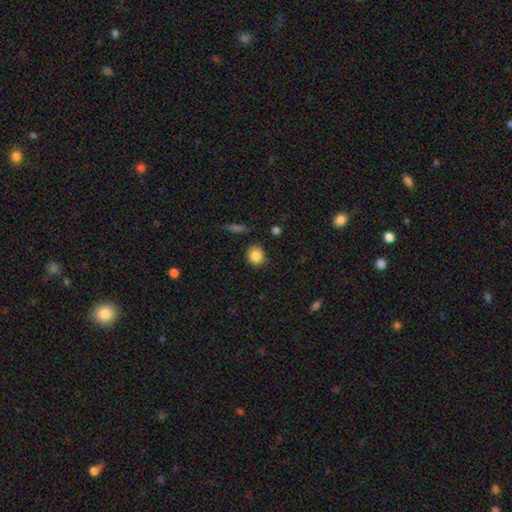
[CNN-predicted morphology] Smooth or featured? smooth (84%)
How rounded? round (82%)
Merging? none (83%)